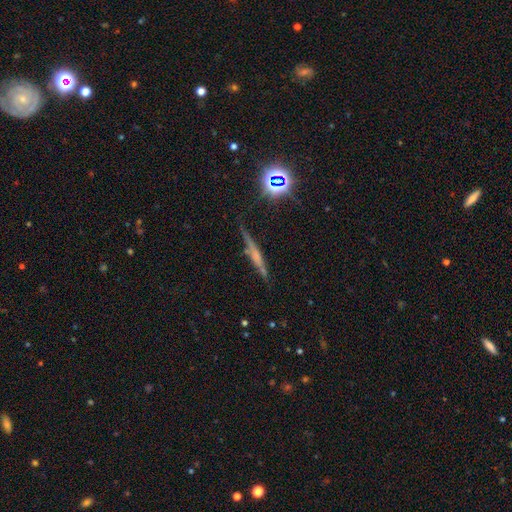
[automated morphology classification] smooth-or-featured: featured or disk: 54% | smooth: 29% | star or artifact: 17%
  disk-edge-on: yes: 94% | no: 6%
    edge-on-bulge: none: 41% | rounded: 34% | boxy: 25%
  merging: none: 77% | minor disturbance: 16% | major disturbance: 4% | merger: 3%